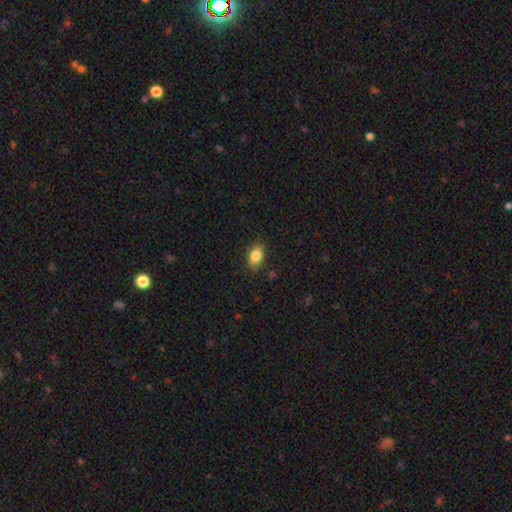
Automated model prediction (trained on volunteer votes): Smooth or featured? Predicted: smooth (p=0.85). How rounded? Predicted: in between (p=0.87). Merging? Predicted: none (p=0.85).